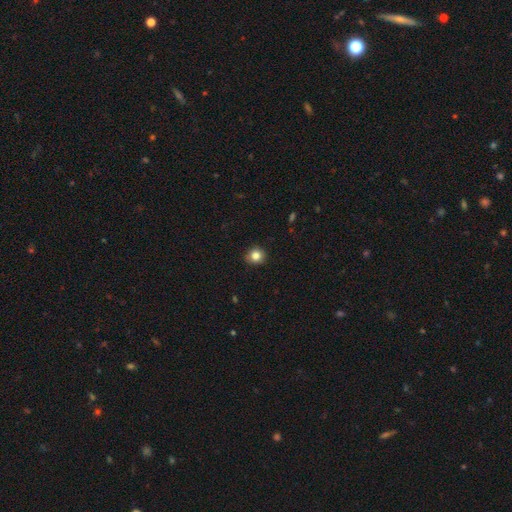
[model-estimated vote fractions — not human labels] This is clearly a smooth galaxy (84%). How rounded: clearly round (87%). Merging: clearly none (90%).